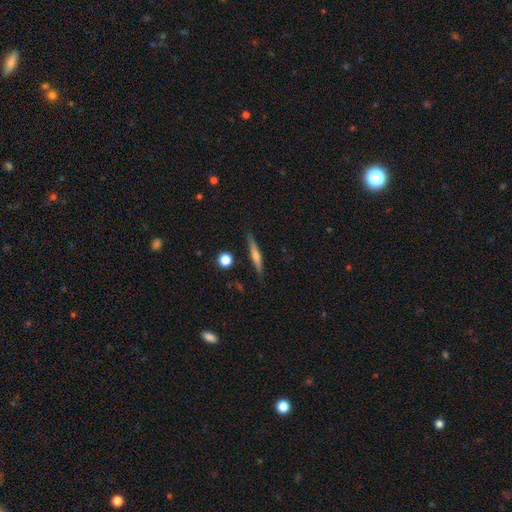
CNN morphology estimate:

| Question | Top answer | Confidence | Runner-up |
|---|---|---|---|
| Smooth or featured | featured or disk | 54% | smooth (39%) |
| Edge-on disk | yes | 96% | no (4%) |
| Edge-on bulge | rounded | 75% | none (19%) |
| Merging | none | 86% | minor disturbance (10%) |